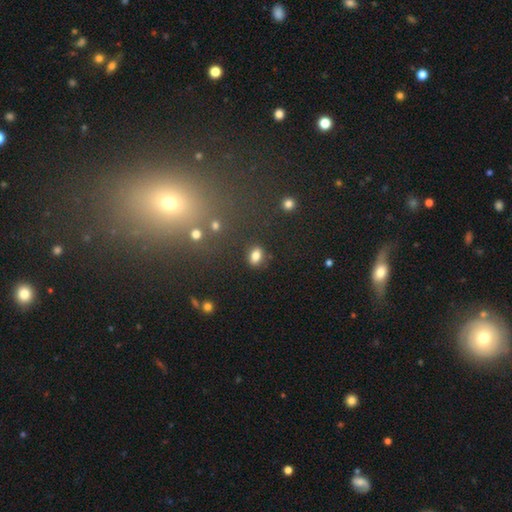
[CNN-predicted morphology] A smooth galaxy with no disk features (82%) that is in between round and cigar-shaped (74%).

Vote fractions:
- Smooth or featured? smooth: 82% / star or artifact: 11% / featured or disk: 7%
- How rounded? in between: 74% / round: 24% / cigar-shaped: 2%
- Merging? none: 83% / minor disturbance: 10% / merger: 3% / major disturbance: 3%